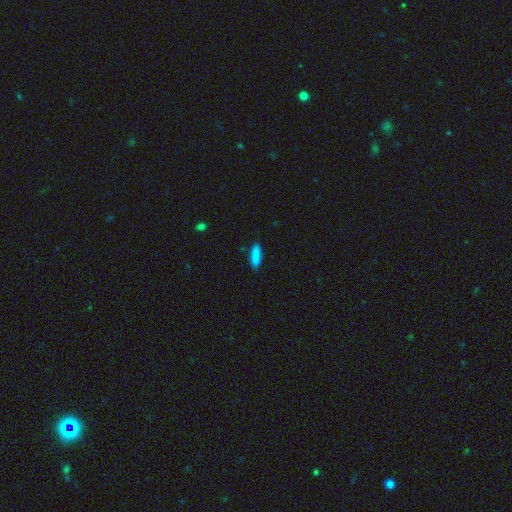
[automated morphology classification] Q: Smooth or featured?
A: smooth (88%); runner-up: star or artifact (7%)
Q: How rounded?
A: cigar-shaped (55%); runner-up: in between (44%)
Q: Merging?
A: none (87%); runner-up: minor disturbance (10%)